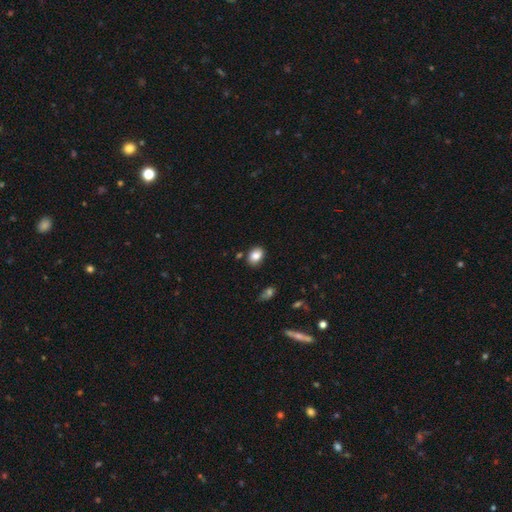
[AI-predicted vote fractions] smooth_or_featured: smooth (p=0.84) [alt: star or artifact p=0.09]
how_rounded: in between (p=0.73) [alt: round p=0.25]
merging: none (p=0.82) [alt: minor disturbance p=0.12]